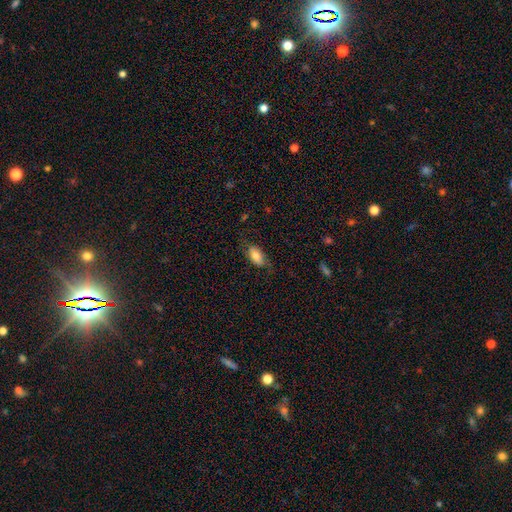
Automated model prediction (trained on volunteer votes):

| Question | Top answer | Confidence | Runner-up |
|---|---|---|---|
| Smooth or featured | smooth | 76% | featured or disk (18%) |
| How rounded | in between | 91% | cigar-shaped (5%) |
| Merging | none | 70% | minor disturbance (21%) |